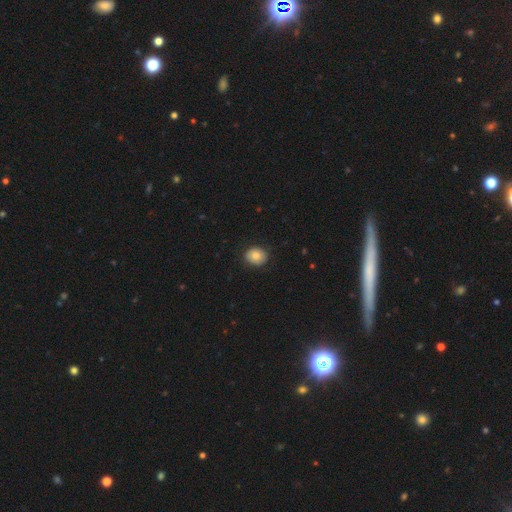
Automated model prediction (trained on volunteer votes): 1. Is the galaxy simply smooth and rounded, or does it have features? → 82% smooth, 9% featured or disk, 8% star or artifact.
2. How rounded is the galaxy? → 63% round, 36% in between, 1% cigar-shaped.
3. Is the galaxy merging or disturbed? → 85% none, 11% minor disturbance, 3% major disturbance, 1% merger.